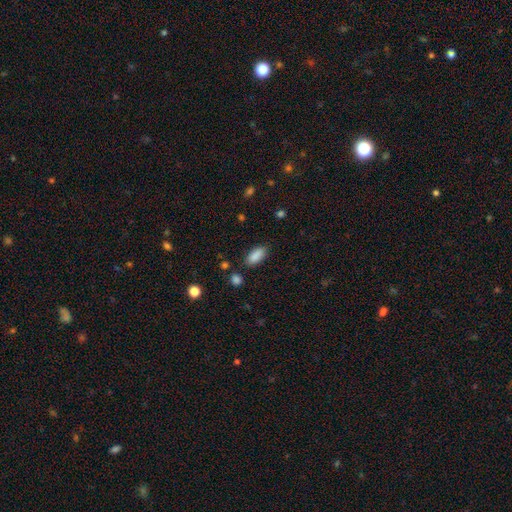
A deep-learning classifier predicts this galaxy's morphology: smooth_or_featured: smooth (p=0.89) [alt: star or artifact p=0.07]
how_rounded: in between (p=0.86) [alt: cigar-shaped p=0.11]
merging: none (p=0.84) [alt: minor disturbance p=0.11]